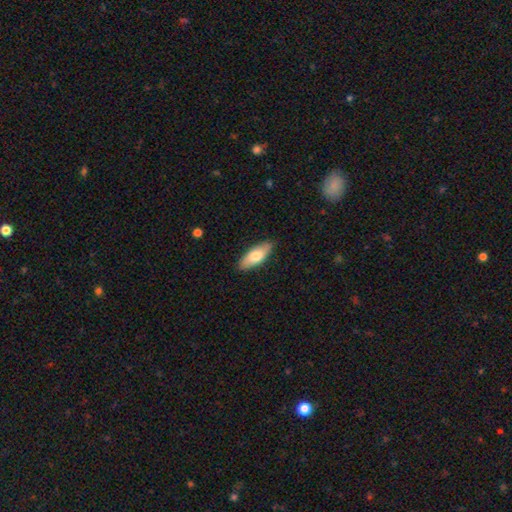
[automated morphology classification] The model was most divided on "how rounded": in between: 72%, cigar-shaped: 25%, round: 2%. More confident: merging — none (87%); smooth or featured — smooth (72%).